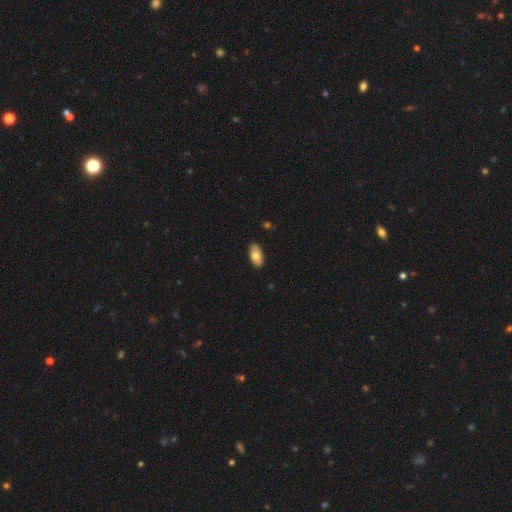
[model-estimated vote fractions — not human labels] Smooth or featured? smooth (73%)
How rounded? in between (94%)
Merging? none (89%)